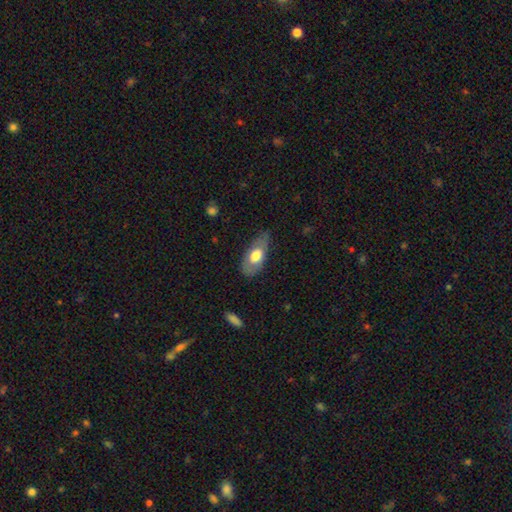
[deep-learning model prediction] Smooth or featured? Predicted: smooth (p=0.62). How rounded? Predicted: in between (p=0.86). Merging? Predicted: none (p=0.63).